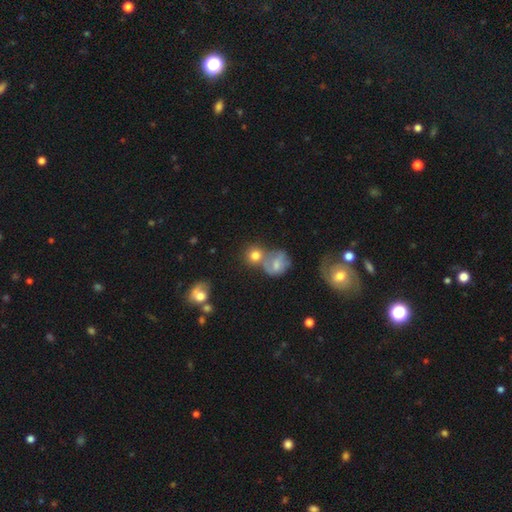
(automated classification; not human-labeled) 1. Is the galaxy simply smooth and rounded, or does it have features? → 71% smooth, 16% featured or disk, 13% star or artifact.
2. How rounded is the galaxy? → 83% round, 16% in between, 1% cigar-shaped.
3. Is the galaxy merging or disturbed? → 43% none, 39% merger, 11% minor disturbance, 7% major disturbance.